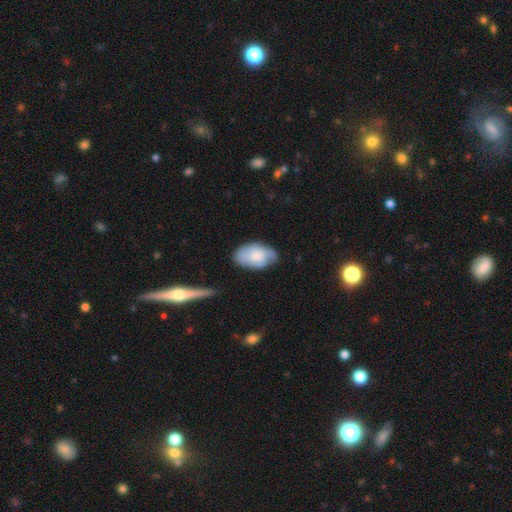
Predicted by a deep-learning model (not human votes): Q: Smooth or featured?
A: smooth (58%); runner-up: featured or disk (35%)
Q: How rounded?
A: in between (92%); runner-up: round (7%)
Q: Merging?
A: none (69%); runner-up: minor disturbance (24%)